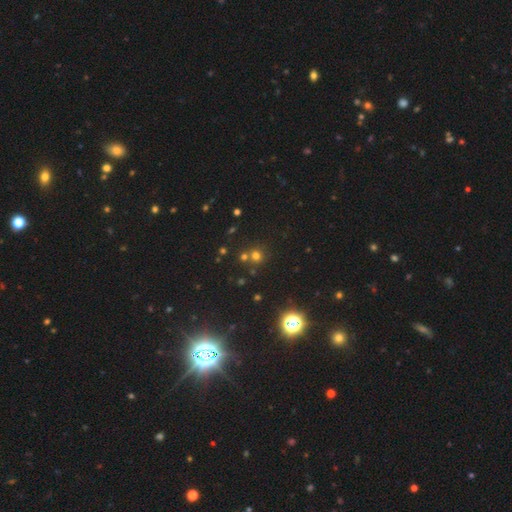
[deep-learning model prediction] smooth-or-featured: smooth: 59% | star or artifact: 32% | featured or disk: 8%
  how-rounded: round: 90% | in between: 9% | cigar-shaped: 1%
  merging: none: 67% | merger: 23% | minor disturbance: 7% | major disturbance: 3%